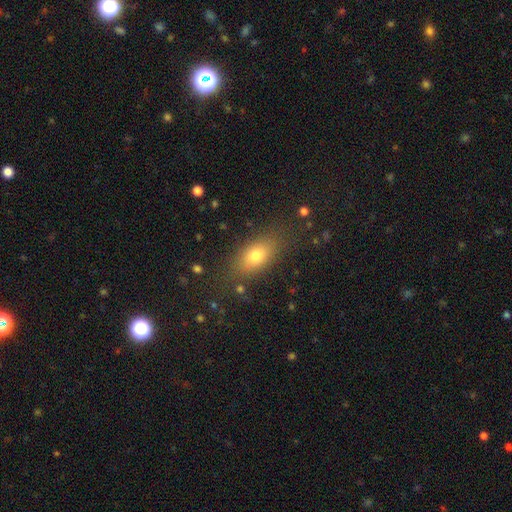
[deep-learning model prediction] Q: Smooth or featured?
A: smooth (74%); runner-up: featured or disk (14%)
Q: How rounded?
A: in between (80%); runner-up: round (11%)
Q: Merging?
A: none (81%); runner-up: minor disturbance (12%)